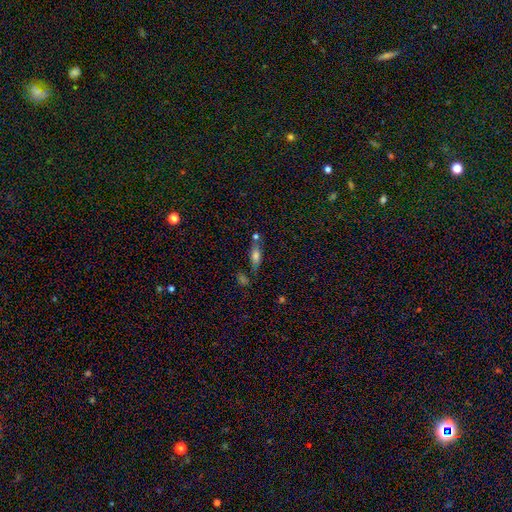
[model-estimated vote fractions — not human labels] smooth_or_featured: smooth (p=0.66) [alt: featured or disk p=0.24]
how_rounded: in between (p=0.58) [alt: cigar-shaped p=0.38]
merging: none (p=0.62) [alt: merger p=0.17]